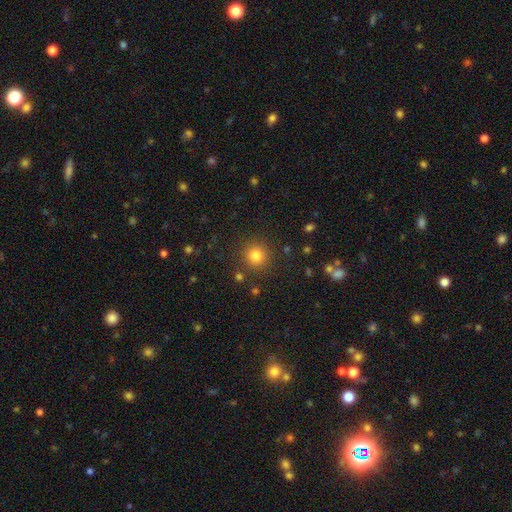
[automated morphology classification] Smooth or featured? Predicted: smooth (p=0.81). How rounded? Predicted: round (p=0.93). Merging? Predicted: none (p=0.87).